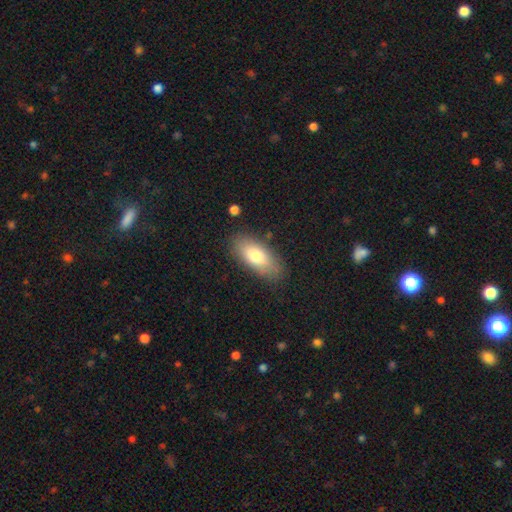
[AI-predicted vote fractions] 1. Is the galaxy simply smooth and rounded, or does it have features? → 76% smooth, 17% featured or disk, 7% star or artifact.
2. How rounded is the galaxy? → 84% in between, 13% cigar-shaped, 3% round.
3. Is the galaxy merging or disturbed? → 83% none, 12% minor disturbance, 3% major disturbance, 2% merger.